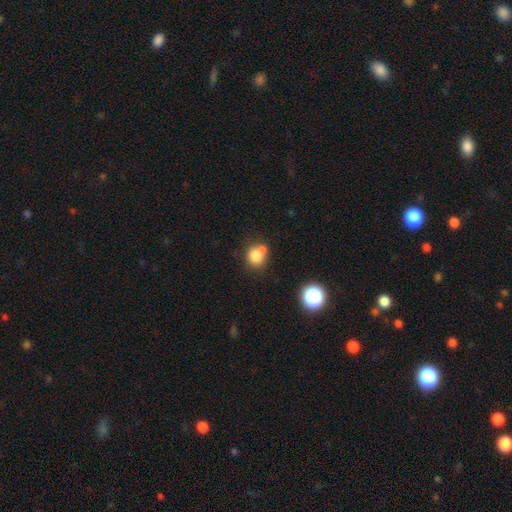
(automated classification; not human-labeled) This is likely a smooth galaxy (78%). How rounded: likely round (74%). Merging: possibly none (48%).